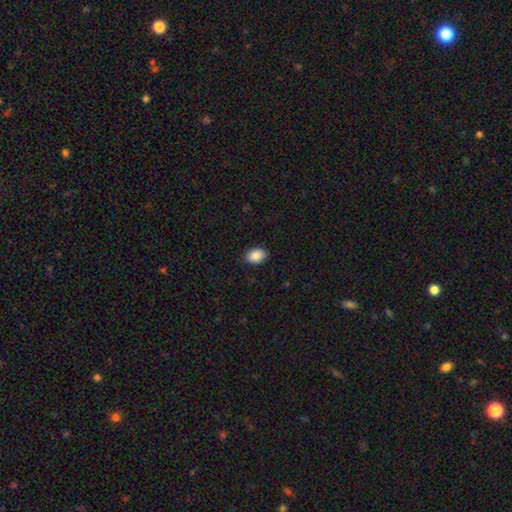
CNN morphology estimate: smooth 88%, star or artifact 8%, featured or disk 4%. Down the decision tree: how rounded — in between (79%); merging — none (88%).